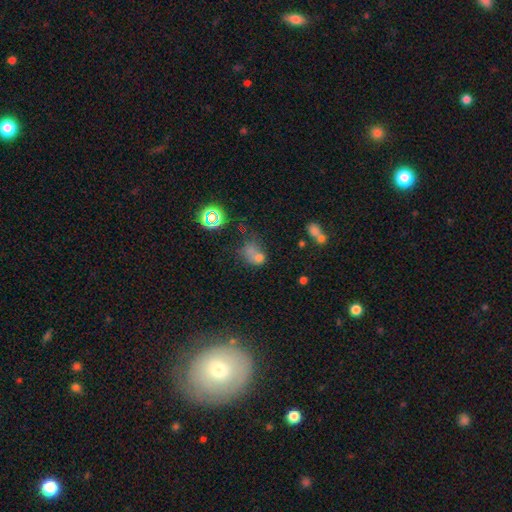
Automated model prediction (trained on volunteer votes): Q: Smooth or featured?
A: smooth (60%); runner-up: star or artifact (22%)
Q: How rounded?
A: round (51%); runner-up: in between (47%)
Q: Merging?
A: merger (38%); runner-up: none (30%)